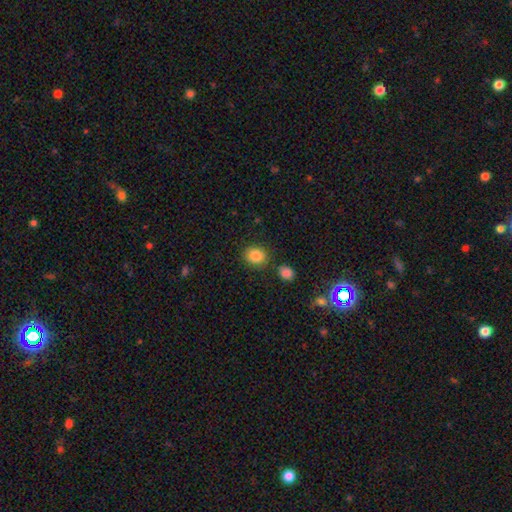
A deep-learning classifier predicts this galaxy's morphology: A smooth galaxy with no disk features (85%) that is round (65%).

Vote fractions:
- Smooth or featured? smooth: 85% / star or artifact: 9% / featured or disk: 5%
- How rounded? round: 65% / in between: 34% / cigar-shaped: 1%
- Merging? none: 81% / minor disturbance: 10% / merger: 6% / major disturbance: 3%